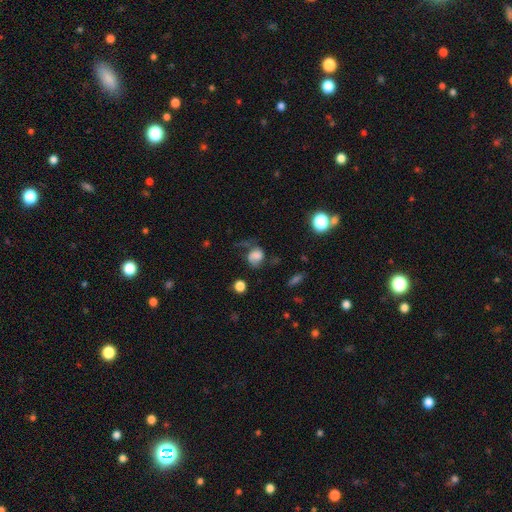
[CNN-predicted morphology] Smooth or featured?
  - smooth: 59% *
  - featured or disk: 28%
  - star or artifact: 13%
How rounded?
  - round: 56% *
  - in between: 43%
  - cigar-shaped: 1%
Merging?
  - major disturbance: 36% *
  - none: 35%
  - minor disturbance: 25%
  - merger: 5%